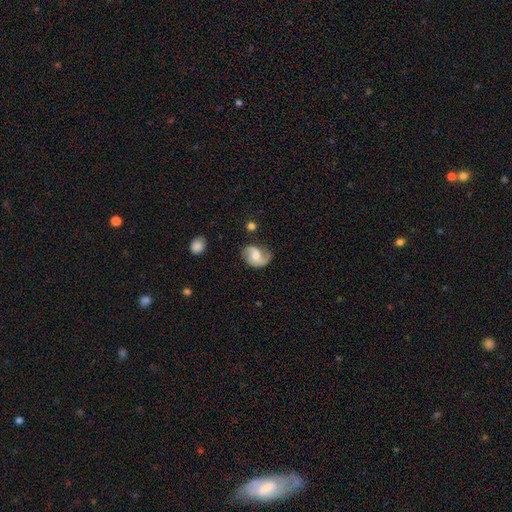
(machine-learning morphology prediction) Q: Smooth or featured?
A: featured or disk (62%); runner-up: smooth (31%)
Q: Edge-on disk?
A: no (97%); runner-up: yes (3%)
Q: Bar?
A: no (51%); runner-up: weak (40%)
Q: Spiral arms?
A: yes (91%); runner-up: no (9%)
Q: Spiral winding?
A: loose (48%); runner-up: medium (38%)
Q: Spiral arm count?
A: 2 (75%); runner-up: 1 (16%)
Q: Bulge size?
A: moderate (50%); runner-up: small (29%)
Q: Merging?
A: none (55%); runner-up: minor disturbance (29%)